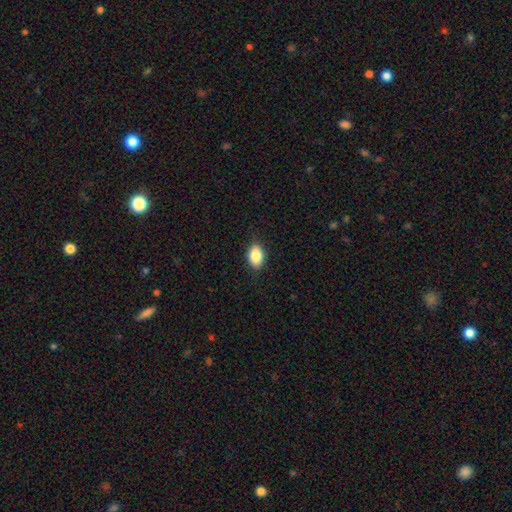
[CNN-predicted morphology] type=smooth (86%); roundness=in between (85%); merging=none (86%).